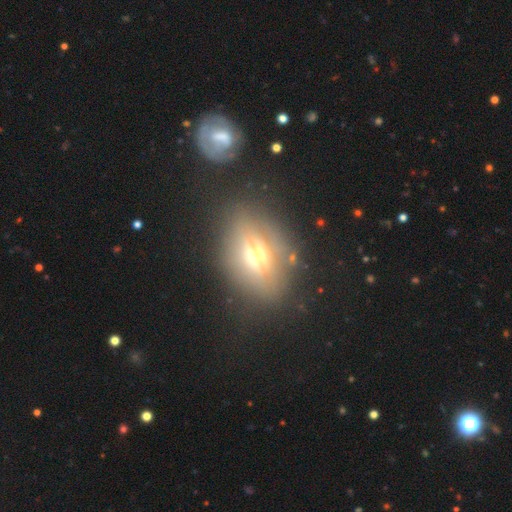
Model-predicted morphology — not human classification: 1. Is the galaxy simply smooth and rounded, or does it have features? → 42% smooth, 41% featured or disk, 18% star or artifact.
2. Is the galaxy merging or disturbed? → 63% none, 18% minor disturbance, 10% major disturbance, 9% merger.